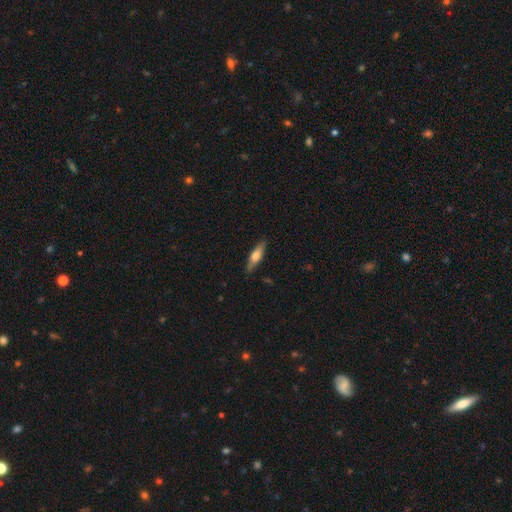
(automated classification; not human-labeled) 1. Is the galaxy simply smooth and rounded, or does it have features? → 51% smooth, 43% featured or disk, 6% star or artifact.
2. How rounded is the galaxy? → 70% cigar-shaped, 28% in between, 2% round.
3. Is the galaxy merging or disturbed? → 87% none, 9% minor disturbance, 2% major disturbance, 1% merger.